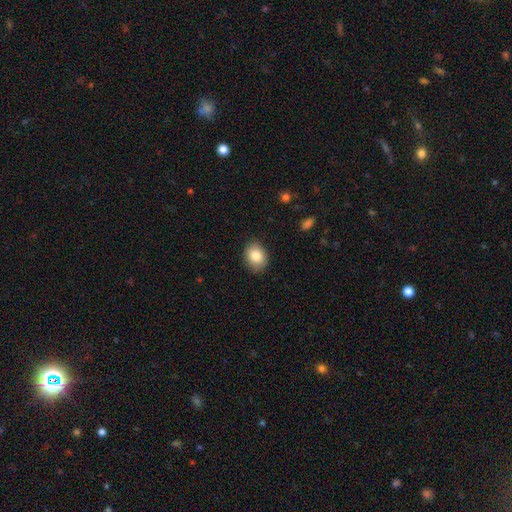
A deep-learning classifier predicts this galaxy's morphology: Smooth or featured: smooth — 85% (star or artifact — 8%)
How rounded: in between — 58% (round — 41%)
Merging: none — 87% (minor disturbance — 10%)